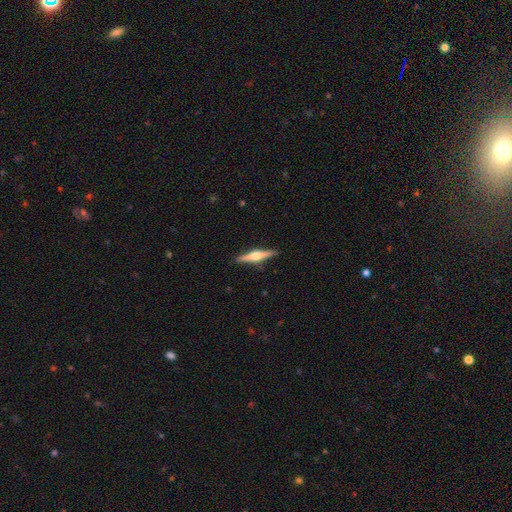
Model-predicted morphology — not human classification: Smooth or featured?
  - featured or disk: 69% *
  - smooth: 26%
  - star or artifact: 5%
Edge-on disk?
  - yes: 98% *
  - no: 2%
Edge-on bulge?
  - rounded: 90% *
  - boxy: 7%
  - none: 3%
Merging?
  - none: 91% *
  - minor disturbance: 7%
  - major disturbance: 2%
  - merger: 1%